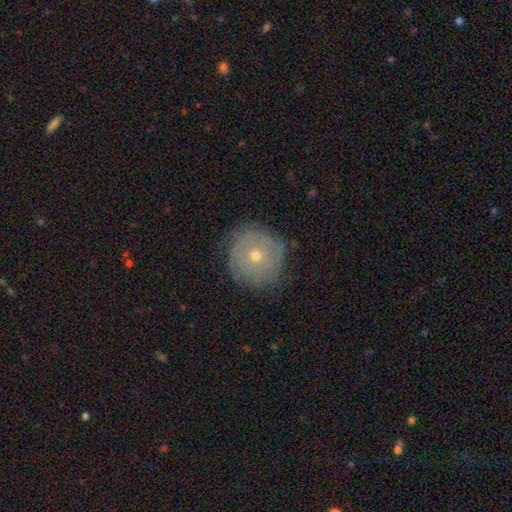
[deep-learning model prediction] featured or disk 46%, smooth 44%, star or artifact 10%. Down the decision tree: merging — none (78%).